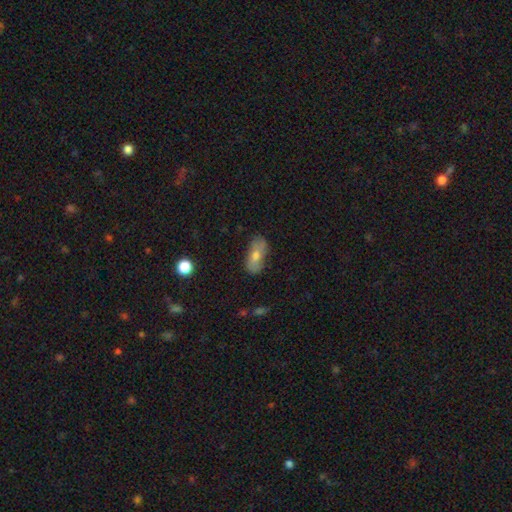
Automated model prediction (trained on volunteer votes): Morphology: type=smooth (61%); roundness=in between (84%); merging=none (73%).